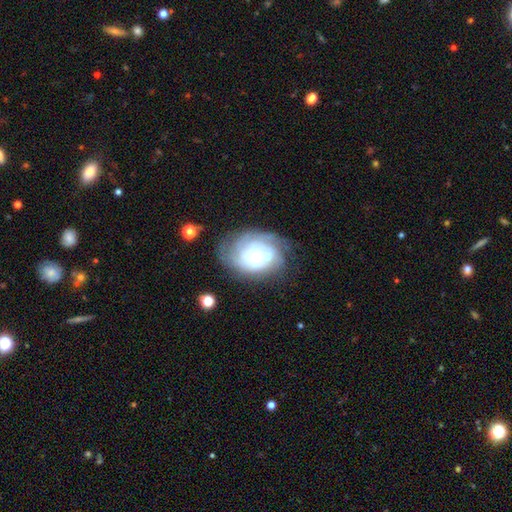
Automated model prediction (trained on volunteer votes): Smooth or featured?
  - featured or disk: 72% *
  - smooth: 21%
  - star or artifact: 7%
Edge-on disk?
  - no: 97% *
  - yes: 3%
Bar?
  - no: 74% *
  - weak: 22%
  - strong: 4%
Spiral arms?
  - yes: 80% *
  - no: 20%
Spiral winding?
  - tight: 65% *
  - medium: 26%
  - loose: 9%
Spiral arm count?
  - can't tell: 52% *
  - 2: 20%
  - 3: 13%
  - 4: 6%
  - 1: 5%
  - more than 4: 4%
Bulge size?
  - small: 60% *
  - moderate: 31%
  - large: 5%
  - none: 3%
  - dominant: 1%
Merging?
  - none: 58% *
  - minor disturbance: 24%
  - major disturbance: 15%
  - merger: 4%